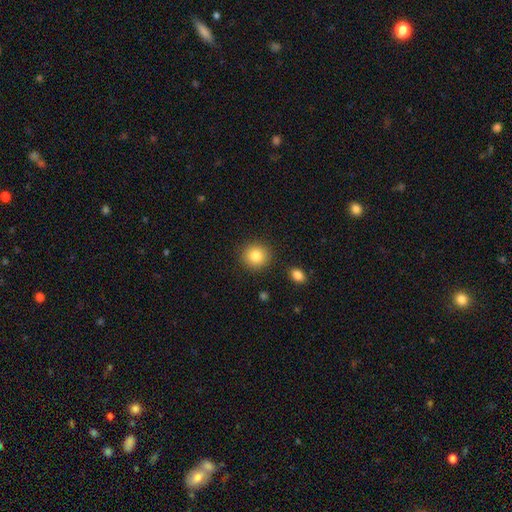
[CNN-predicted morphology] This appears to be a smooth galaxy with no disk features (84%) that is round (90%). Merging: none (89%).